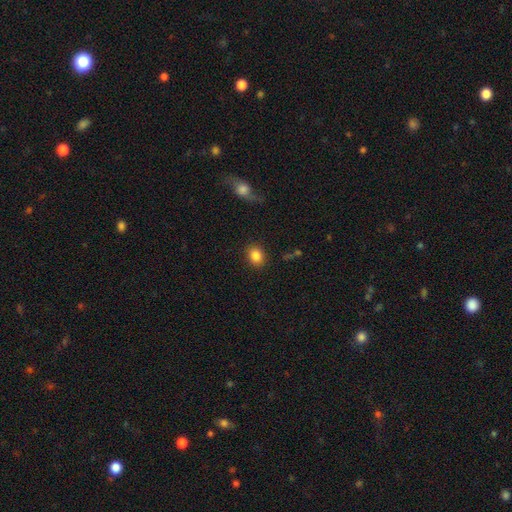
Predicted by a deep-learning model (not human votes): A smooth galaxy with no disk features (86%) that is round (54%).

Vote fractions:
- Smooth or featured? smooth: 86% / star or artifact: 9% / featured or disk: 5%
- How rounded? round: 54% / in between: 45% / cigar-shaped: 1%
- Merging? none: 86% / minor disturbance: 9% / major disturbance: 3% / merger: 2%